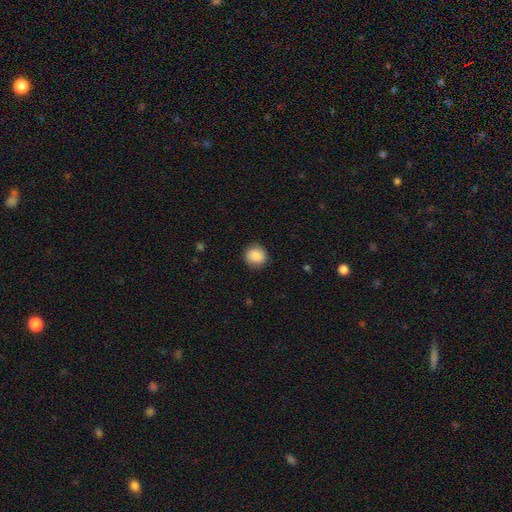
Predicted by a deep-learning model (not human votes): smooth 88%, star or artifact 8%, featured or disk 4%. Down the decision tree: how rounded — round (87%); merging — none (88%).